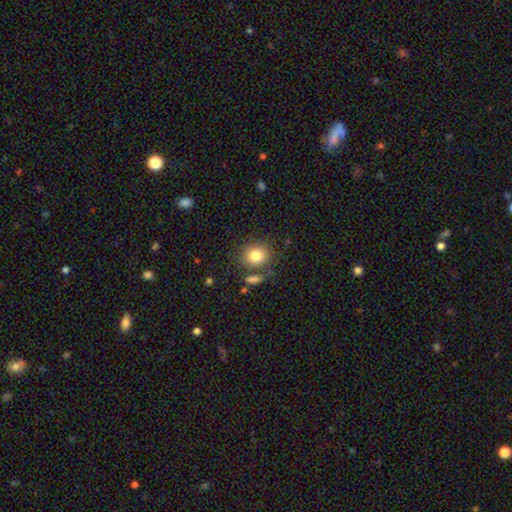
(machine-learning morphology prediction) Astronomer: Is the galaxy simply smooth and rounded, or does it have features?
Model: smooth — 81%.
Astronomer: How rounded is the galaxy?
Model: round — 65%.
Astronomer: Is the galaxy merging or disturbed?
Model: none — 74%.